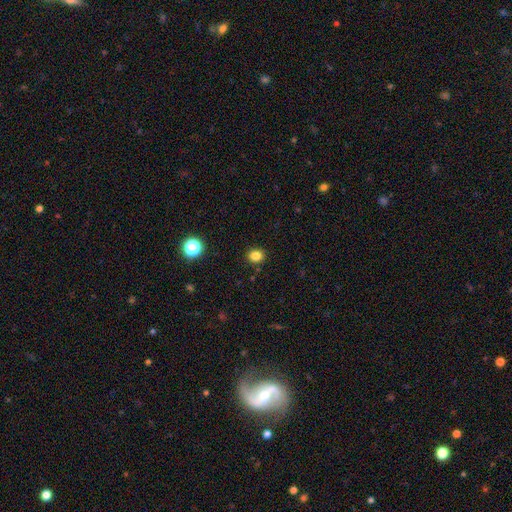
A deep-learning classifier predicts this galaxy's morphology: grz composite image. It shows a smooth galaxy with no disk features (82%) that is round (73%). Merging: none (90%).